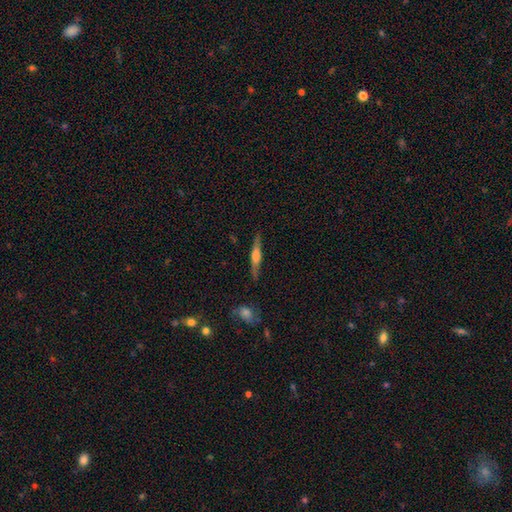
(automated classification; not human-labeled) Overall: featured or disk (56%; smooth 38%). Edge-on disk: yes (95%). Edge-on bulge: rounded (72%). Merging: none (85%).